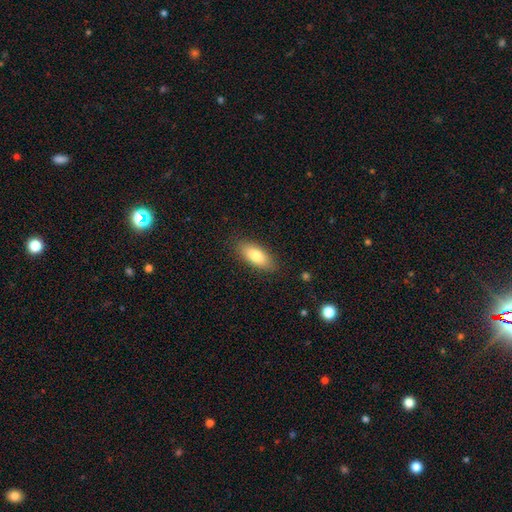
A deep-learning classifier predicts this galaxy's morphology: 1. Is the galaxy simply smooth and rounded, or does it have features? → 79% smooth, 14% featured or disk, 7% star or artifact.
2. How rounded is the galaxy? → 82% in between, 16% cigar-shaped, 2% round.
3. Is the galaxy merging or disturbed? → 86% none, 10% minor disturbance, 2% major disturbance, 1% merger.